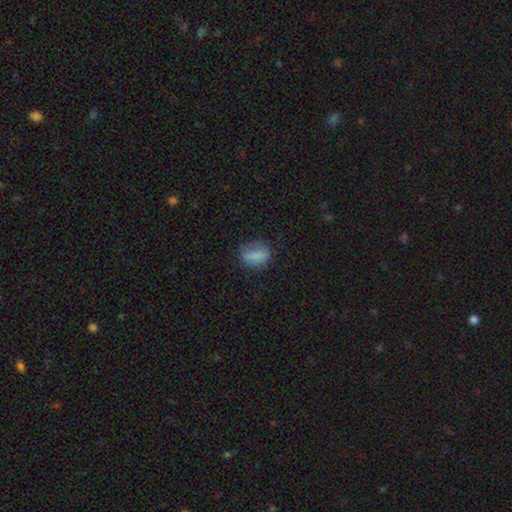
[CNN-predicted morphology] A smooth galaxy with no disk features (79%) that is in between round and cigar-shaped (68%). Merging: none (67%).